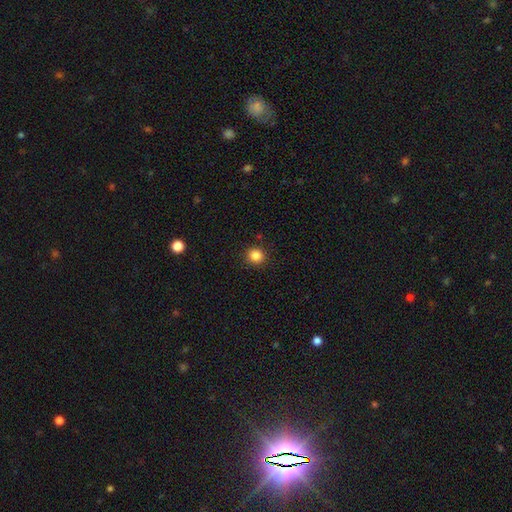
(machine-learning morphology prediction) A smooth galaxy with no disk features (84%) that is round (92%). Merging: none (91%).